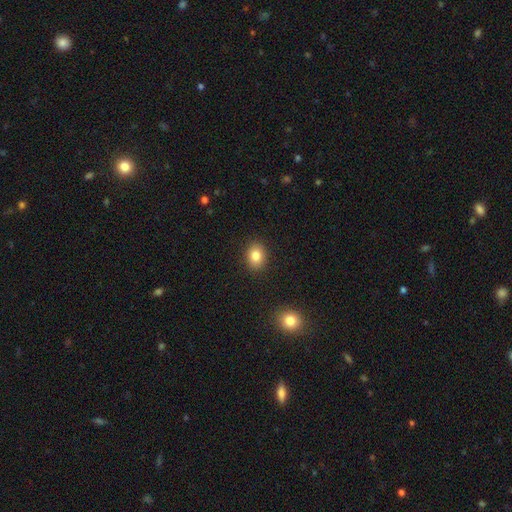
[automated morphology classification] Smooth or featured: smooth — 84% (star or artifact — 10%)
How rounded: in between — 55% (round — 44%)
Merging: none — 89% (minor disturbance — 7%)